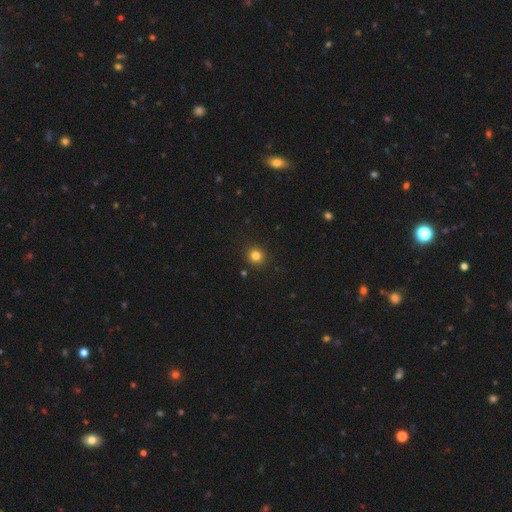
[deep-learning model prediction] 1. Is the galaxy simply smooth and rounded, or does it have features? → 81% smooth, 14% star or artifact, 5% featured or disk.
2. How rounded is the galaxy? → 92% round, 7% in between, 1% cigar-shaped.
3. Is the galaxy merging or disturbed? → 91% none, 5% minor disturbance, 2% major disturbance, 1% merger.